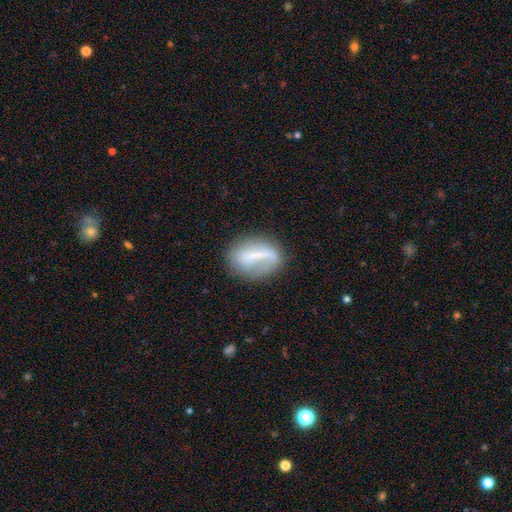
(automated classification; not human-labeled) A smooth galaxy with no disk features (47%). Merging: none (60%).